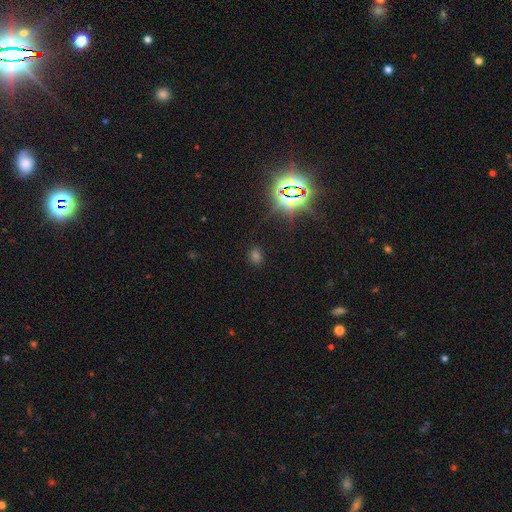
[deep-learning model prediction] Smooth or featured?
  - star or artifact: 52% *
  - smooth: 41%
  - featured or disk: 8%